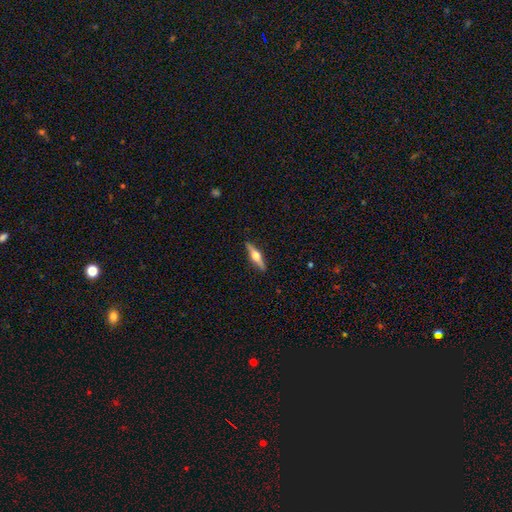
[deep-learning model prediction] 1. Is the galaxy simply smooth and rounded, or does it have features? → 69% featured or disk, 26% smooth, 5% star or artifact.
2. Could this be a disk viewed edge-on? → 97% yes, 3% no.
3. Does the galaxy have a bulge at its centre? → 96% rounded, 3% boxy, 2% none.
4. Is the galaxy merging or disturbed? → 91% none, 7% minor disturbance, 1% major disturbance, 1% merger.